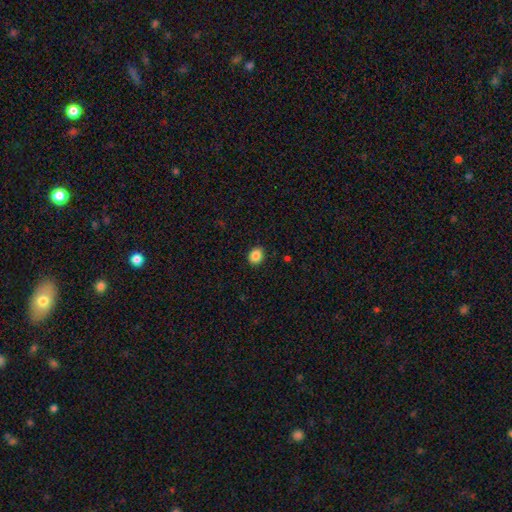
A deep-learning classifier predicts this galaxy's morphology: This is clearly a smooth galaxy (87%). How rounded: likely round (63%). Merging: clearly none (90%).